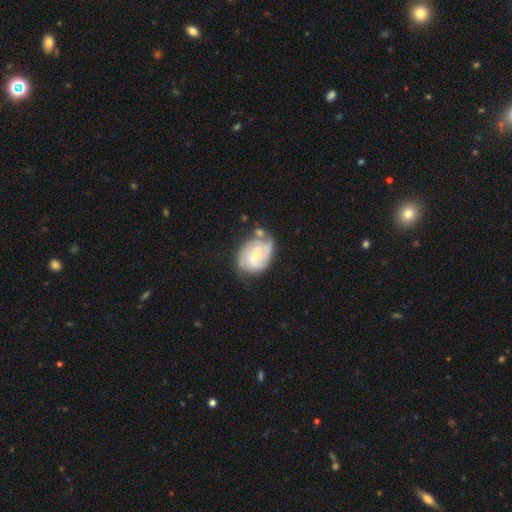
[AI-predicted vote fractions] Smooth or featured: featured or disk — 74% (smooth — 21%)
Edge-on disk: no — 97% (yes — 3%)
Bar: no — 58% (weak — 35%)
Spiral arms: yes — 90% (no — 10%)
Spiral winding: tight — 57% (medium — 33%)
Spiral arm count: 2 — 38% (can't tell — 31%)
Bulge size: small — 64% (moderate — 31%)
Merging: none — 50% (minor disturbance — 26%)